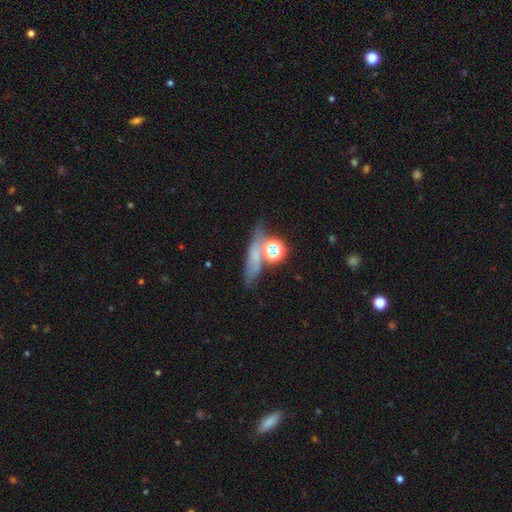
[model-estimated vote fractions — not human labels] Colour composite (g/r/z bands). It shows a smooth galaxy with no disk features (49%). Merging: none (54%).